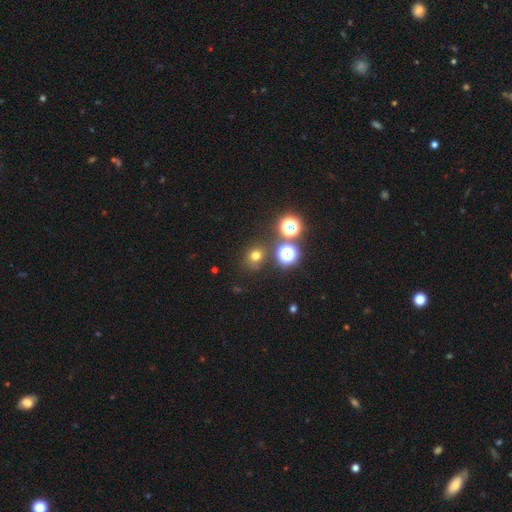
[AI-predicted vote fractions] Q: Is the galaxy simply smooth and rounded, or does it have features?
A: smooth — 66%.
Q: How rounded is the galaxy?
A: round — 78%.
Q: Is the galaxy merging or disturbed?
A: none — 79%.